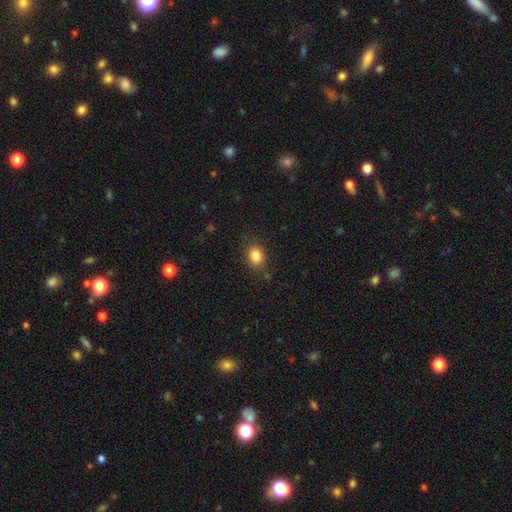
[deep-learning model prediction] Morphology: type=smooth (85%); roundness=in between (53%); merging=none (82%).